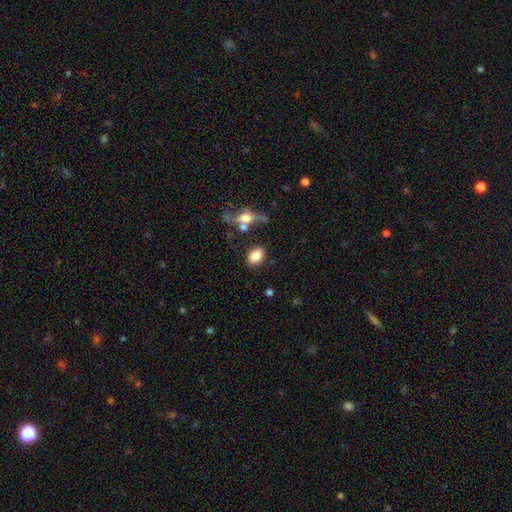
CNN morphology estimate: Overall: smooth (82%). How rounded: in between (87%). Merging: none (76%).